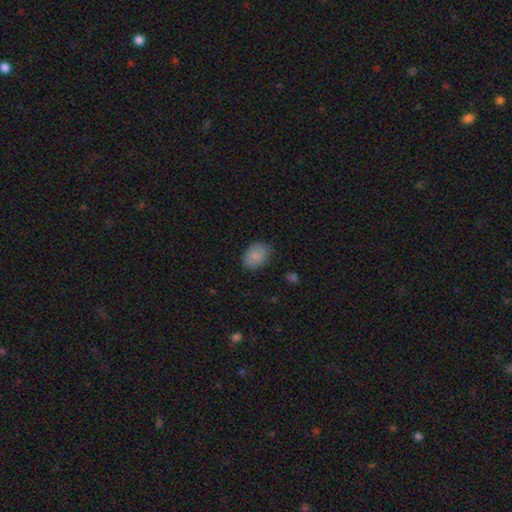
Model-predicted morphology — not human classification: Smooth or featured: smooth — 83% (featured or disk — 9%)
How rounded: in between — 78% (round — 21%)
Merging: none — 76% (minor disturbance — 19%)